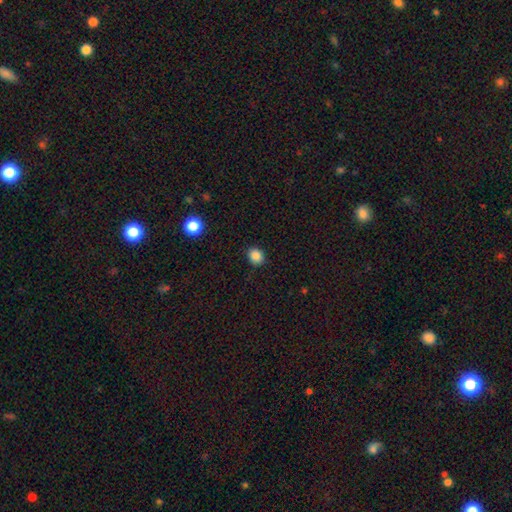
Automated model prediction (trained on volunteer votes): This is clearly a smooth galaxy (86%). How rounded: likely round (65%). Merging: clearly none (88%).